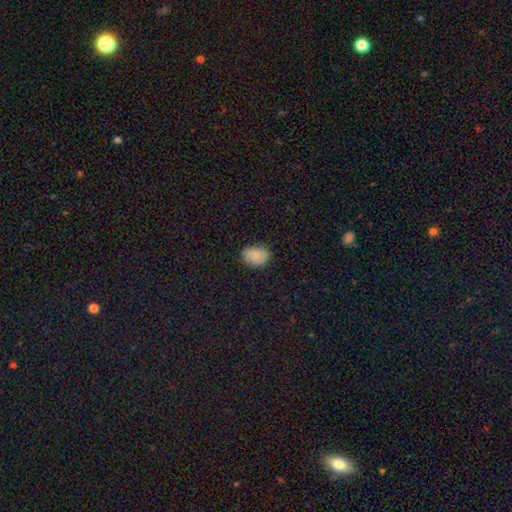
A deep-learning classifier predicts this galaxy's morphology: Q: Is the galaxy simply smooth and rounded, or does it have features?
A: smooth — 79%.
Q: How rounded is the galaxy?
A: in between — 68%.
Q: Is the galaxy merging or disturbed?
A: none — 81%.